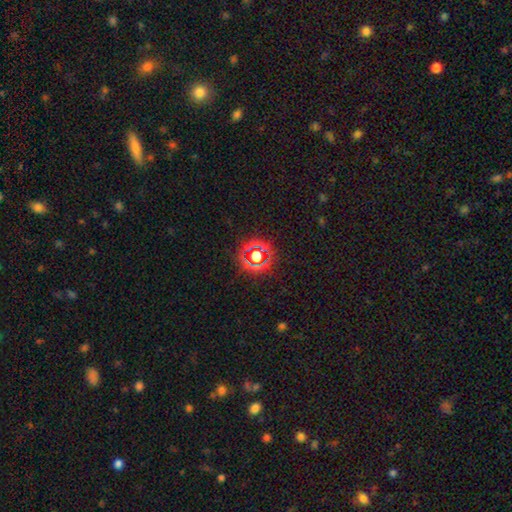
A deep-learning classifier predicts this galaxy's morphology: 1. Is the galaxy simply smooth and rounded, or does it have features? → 56% star or artifact, 33% smooth, 10% featured or disk.